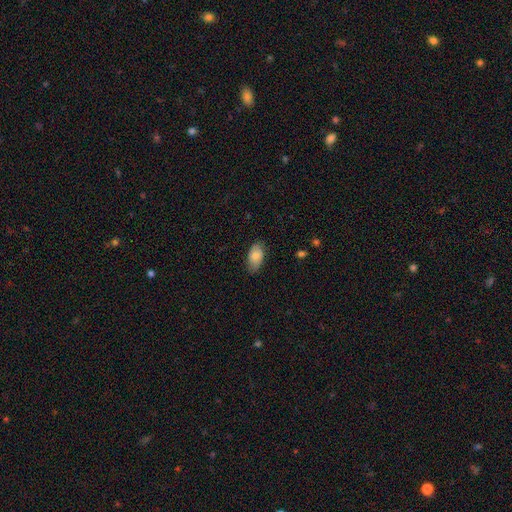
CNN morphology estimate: This is likely a smooth galaxy (79%). How rounded: clearly in between (94%). Merging: likely none (78%).